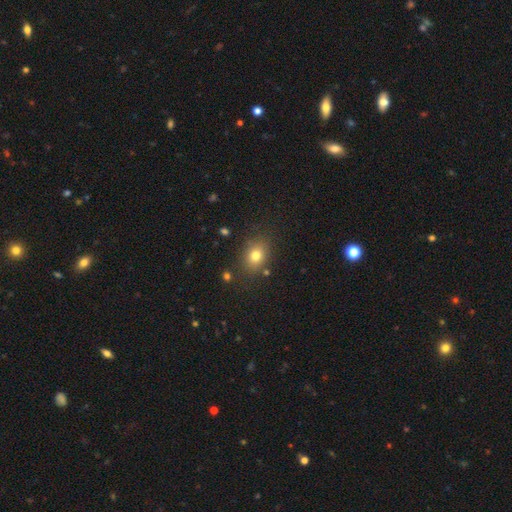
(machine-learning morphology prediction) Smooth or featured? smooth (77%)
How rounded? in between (57%)
Merging? none (81%)